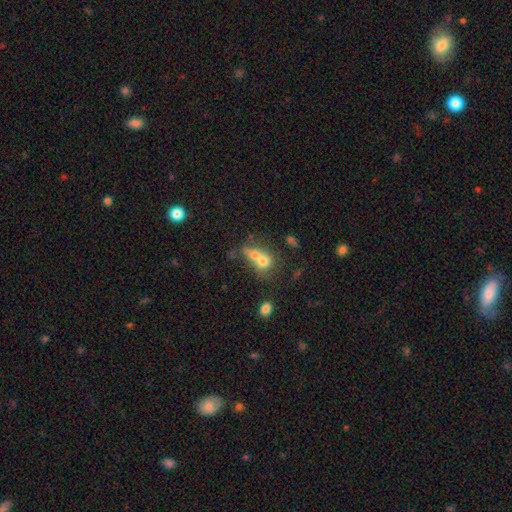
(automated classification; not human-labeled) Smooth or featured: smooth — 64% (featured or disk — 22%)
How rounded: round — 55% (in between — 40%)
Merging: merger — 63% (none — 23%)